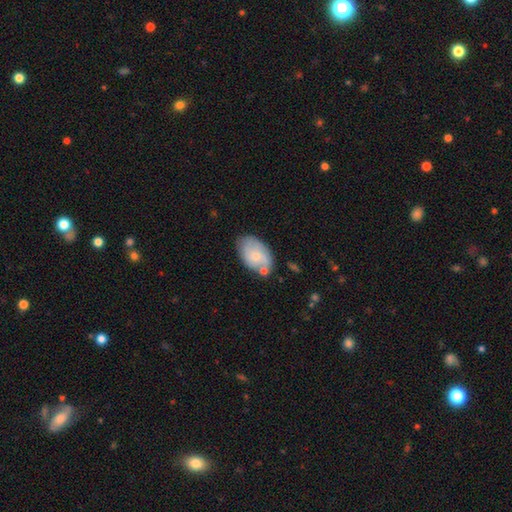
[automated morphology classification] smooth-or-featured: smooth: 48% | featured or disk: 46% | star or artifact: 7%
  merging: none: 59% | minor disturbance: 23% | merger: 11% | major disturbance: 6%